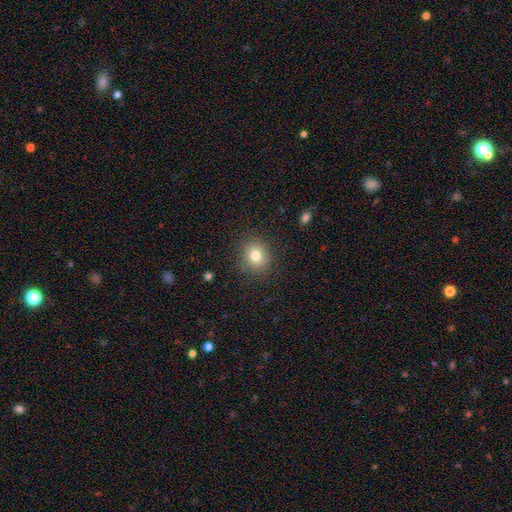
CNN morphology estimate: Smooth or featured? smooth (79%)
How rounded? round (77%)
Merging? none (86%)